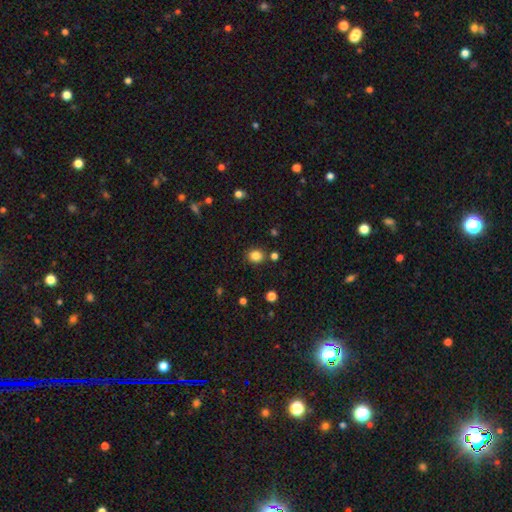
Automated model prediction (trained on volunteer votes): smooth-or-featured: smooth: 84% | star or artifact: 12% | featured or disk: 4%
  how-rounded: round: 74% | in between: 25% | cigar-shaped: 1%
  merging: none: 85% | minor disturbance: 8% | merger: 4% | major disturbance: 3%